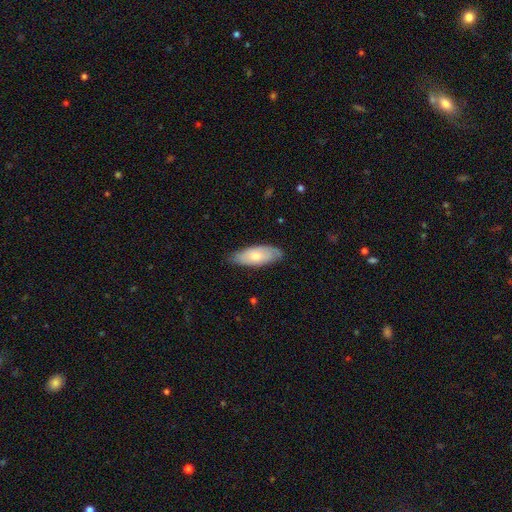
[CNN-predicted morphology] This is likely a smooth galaxy (62%). How rounded: likely in between (80%). Merging: likely none (75%).